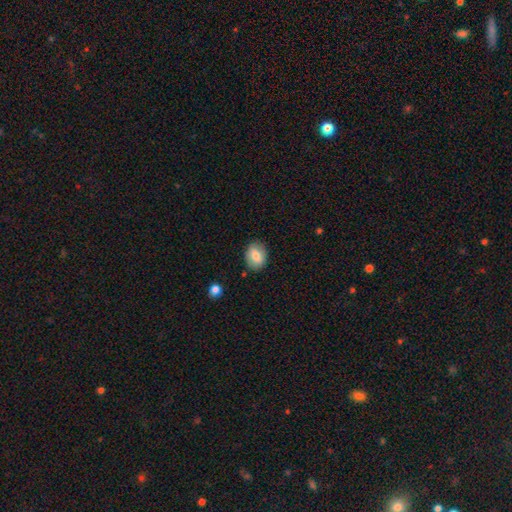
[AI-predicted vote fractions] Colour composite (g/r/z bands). It shows a smooth galaxy with no disk features (78%) that is in between round and cigar-shaped (58%). Merging: none (82%).